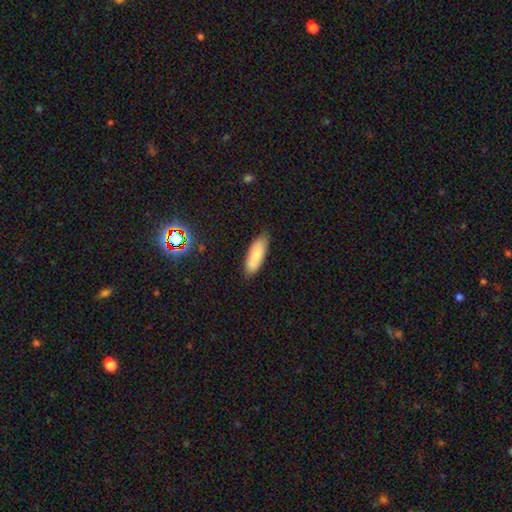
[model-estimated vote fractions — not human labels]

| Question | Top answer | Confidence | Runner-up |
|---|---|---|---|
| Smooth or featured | smooth | 78% | featured or disk (14%) |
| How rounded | in between | 67% | cigar-shaped (31%) |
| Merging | none | 78% | minor disturbance (17%) |